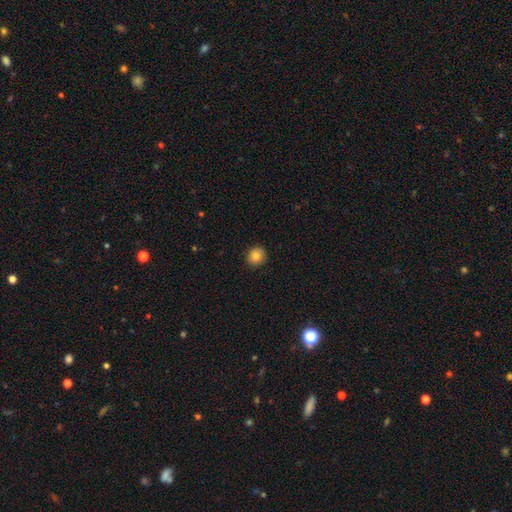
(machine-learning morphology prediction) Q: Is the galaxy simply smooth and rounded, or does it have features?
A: smooth — 83%.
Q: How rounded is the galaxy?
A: round — 88%.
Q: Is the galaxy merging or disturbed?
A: none — 91%.